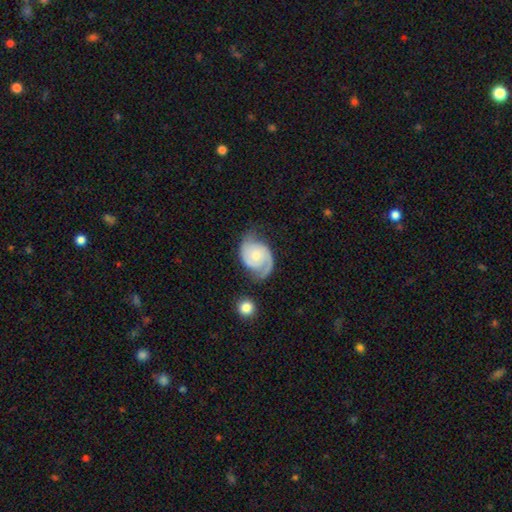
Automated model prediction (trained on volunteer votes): Smooth or featured?
  - featured or disk: 83% *
  - smooth: 12%
  - star or artifact: 5%
Edge-on disk?
  - no: 98% *
  - yes: 2%
Bar?
  - no: 67% *
  - weak: 28%
  - strong: 5%
Spiral arms?
  - yes: 96% *
  - no: 4%
Spiral winding?
  - medium: 47% *
  - tight: 34%
  - loose: 19%
Spiral arm count?
  - 2: 83% *
  - 1: 9%
  - can't tell: 5%
  - 3: 1%
  - 4: 1%
  - more than 4: 1%
Bulge size?
  - small: 46% *
  - moderate: 41%
  - none: 7%
  - large: 5%
  - dominant: 2%
Merging?
  - none: 56% *
  - minor disturbance: 25%
  - major disturbance: 14%
  - merger: 4%